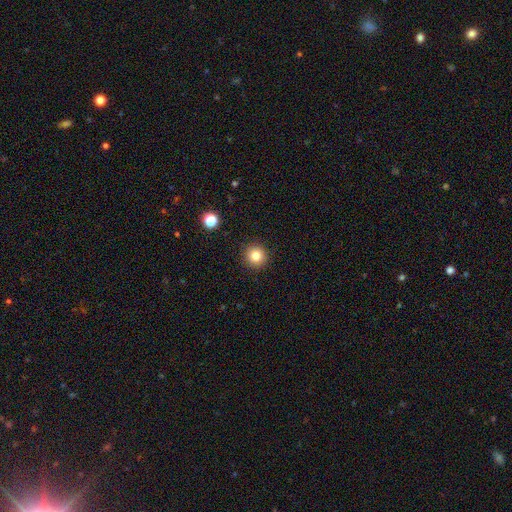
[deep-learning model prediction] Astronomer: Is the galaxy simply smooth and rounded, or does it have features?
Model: smooth — 82%.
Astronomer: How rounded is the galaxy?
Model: round — 94%.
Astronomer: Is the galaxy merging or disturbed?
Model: none — 91%.